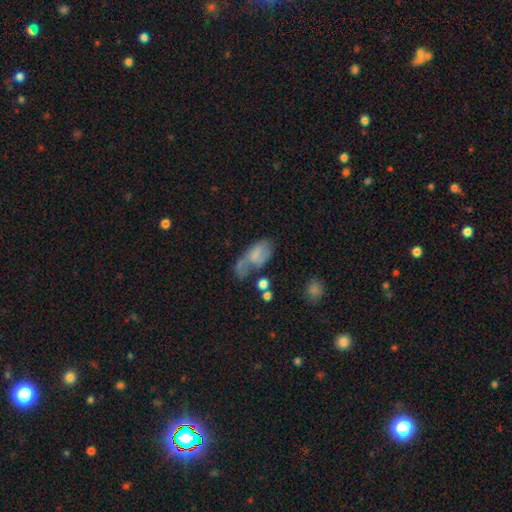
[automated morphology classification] smooth 51%, featured or disk 38%, star or artifact 11%. Down the decision tree: how rounded — in between (88%); merging — major disturbance (36%).